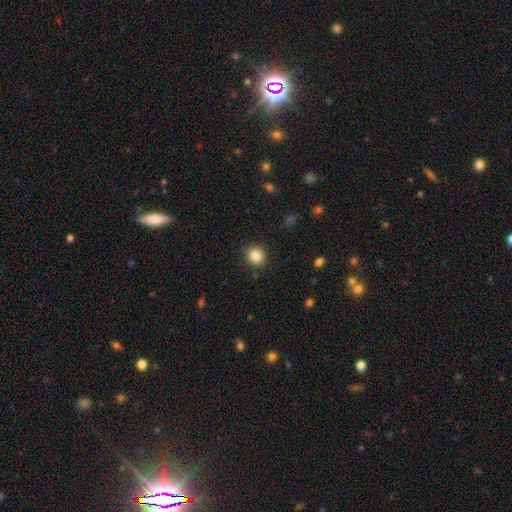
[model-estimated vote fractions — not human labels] This is clearly a smooth galaxy (85%). How rounded: clearly round (82%). Merging: clearly none (88%).